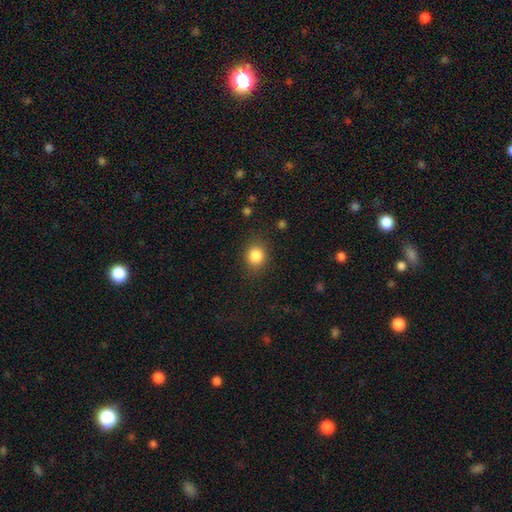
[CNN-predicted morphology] Smooth or featured: smooth — 84% (star or artifact — 10%)
How rounded: round — 69% (in between — 30%)
Merging: none — 84% (minor disturbance — 11%)